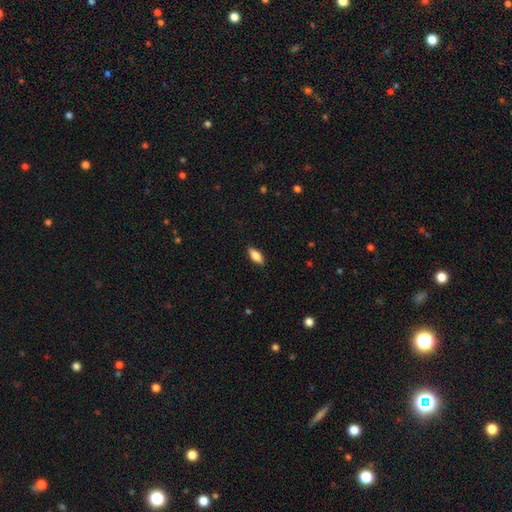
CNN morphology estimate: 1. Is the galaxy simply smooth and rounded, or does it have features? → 82% smooth, 11% featured or disk, 6% star or artifact.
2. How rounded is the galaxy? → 81% in between, 17% cigar-shaped, 2% round.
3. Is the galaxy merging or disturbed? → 87% none, 10% minor disturbance, 2% major disturbance, 1% merger.